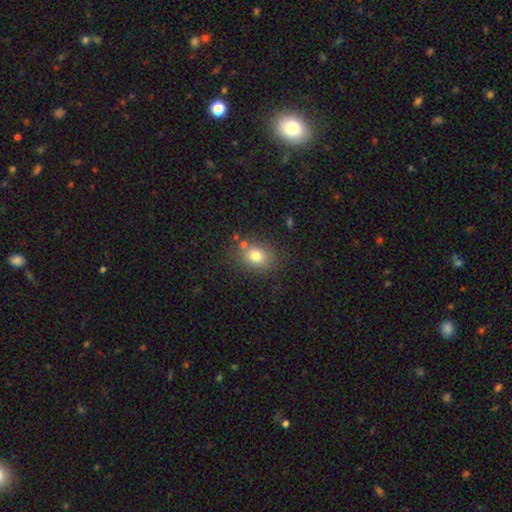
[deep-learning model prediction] smooth 77%, star or artifact 12%, featured or disk 10%. Down the decision tree: how rounded — round (50%); merging — none (78%).